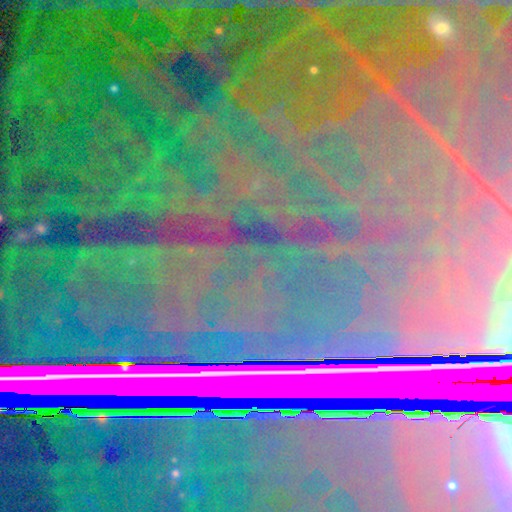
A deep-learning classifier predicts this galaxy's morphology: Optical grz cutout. It shows a star or artifact, not a galaxy (88%).